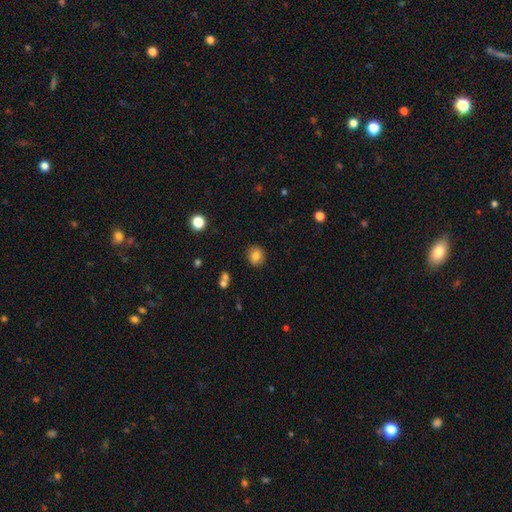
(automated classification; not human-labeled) This appears to be a smooth galaxy with no disk features (82%) that is round (78%). Merging: none (88%).